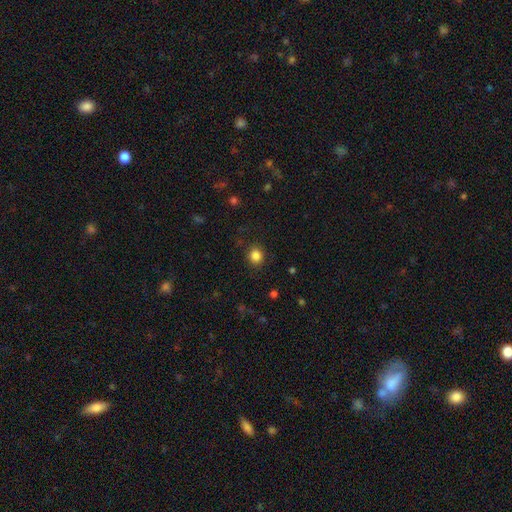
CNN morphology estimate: Q: Smooth or featured?
A: smooth (84%); runner-up: star or artifact (11%)
Q: How rounded?
A: round (79%); runner-up: in between (20%)
Q: Merging?
A: none (88%); runner-up: minor disturbance (8%)